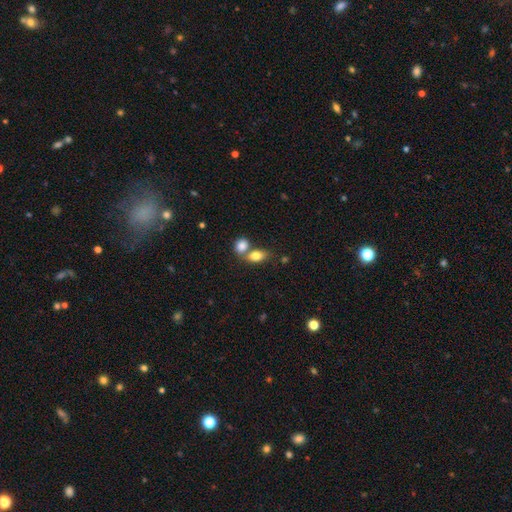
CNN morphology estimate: smooth 82%, featured or disk 11%, star or artifact 8%. Down the decision tree: how rounded — in between (82%); merging — merger (47%).